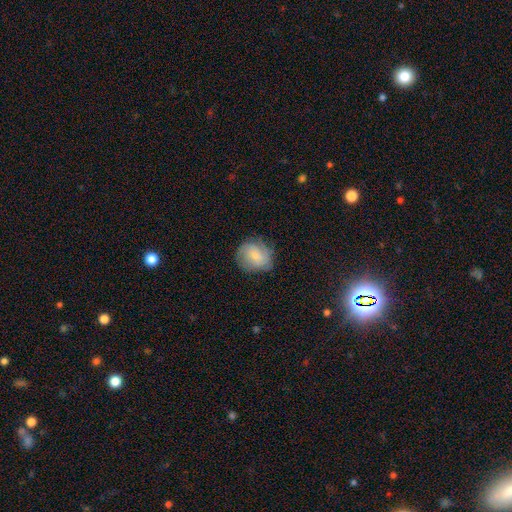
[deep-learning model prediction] The model was most divided on "smooth or featured": smooth: 62%, featured or disk: 30%, star or artifact: 8%. More confident: how rounded — round (73%); merging — none (72%).